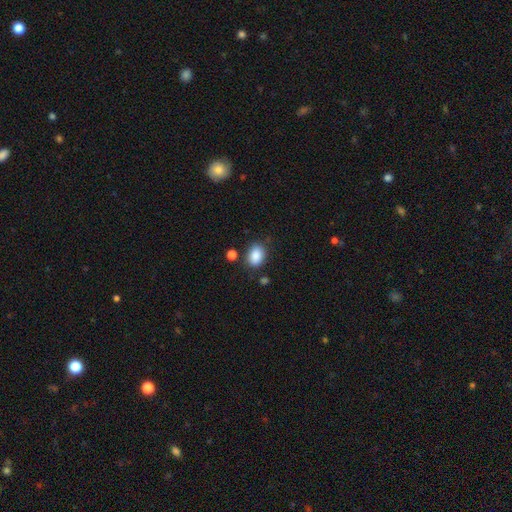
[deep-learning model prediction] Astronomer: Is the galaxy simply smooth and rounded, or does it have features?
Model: smooth — 88%.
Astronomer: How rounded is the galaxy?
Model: in between — 74%.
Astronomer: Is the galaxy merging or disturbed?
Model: none — 77%.